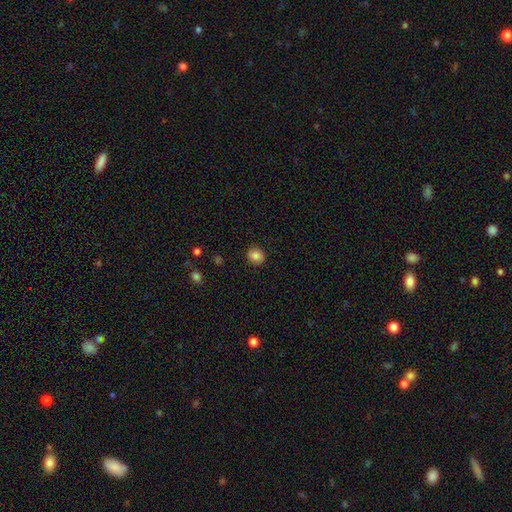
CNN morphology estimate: This is clearly a smooth galaxy (84%). How rounded: likely round (77%). Merging: clearly none (89%).